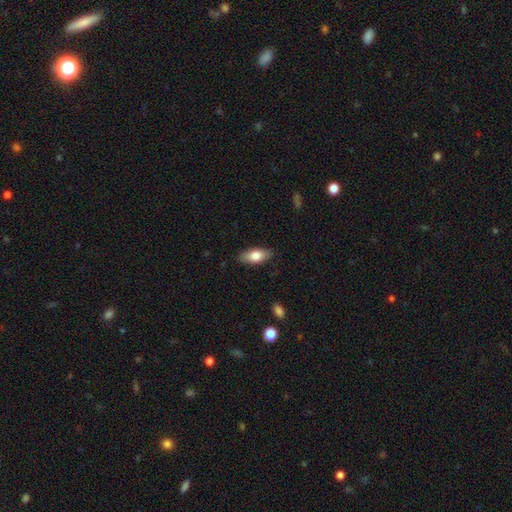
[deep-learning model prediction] smooth-or-featured: smooth: 76% | featured or disk: 18% | star or artifact: 6%
  how-rounded: in between: 84% | cigar-shaped: 13% | round: 3%
  merging: none: 85% | minor disturbance: 11% | major disturbance: 2% | merger: 1%